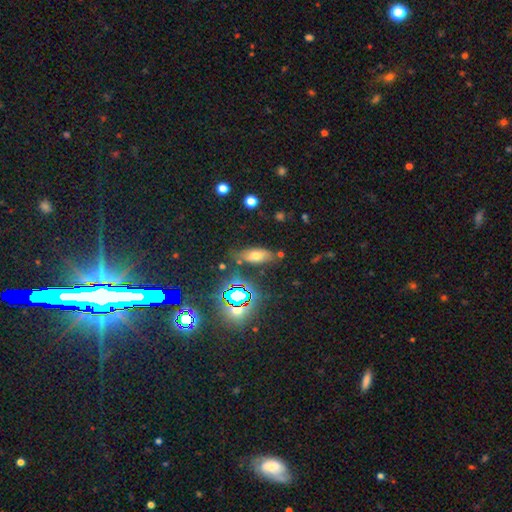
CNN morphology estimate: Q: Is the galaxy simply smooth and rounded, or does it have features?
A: smooth — 58%.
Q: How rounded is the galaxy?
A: in between — 77%.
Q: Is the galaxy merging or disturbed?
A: none — 75%.